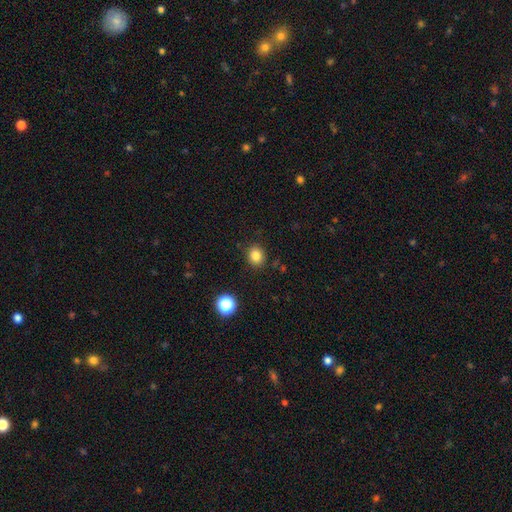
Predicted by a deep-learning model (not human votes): Smooth or featured: smooth — 83% (star or artifact — 12%)
How rounded: round — 77% (in between — 23%)
Merging: none — 88% (minor disturbance — 8%)